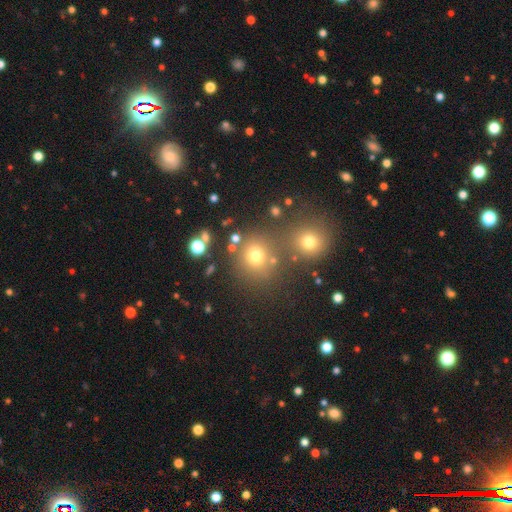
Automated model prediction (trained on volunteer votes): smooth_or_featured: smooth (p=0.71) [alt: star or artifact p=0.20]
how_rounded: round (p=0.87) [alt: in between p=0.12]
merging: none (p=0.68) [alt: merger p=0.19]